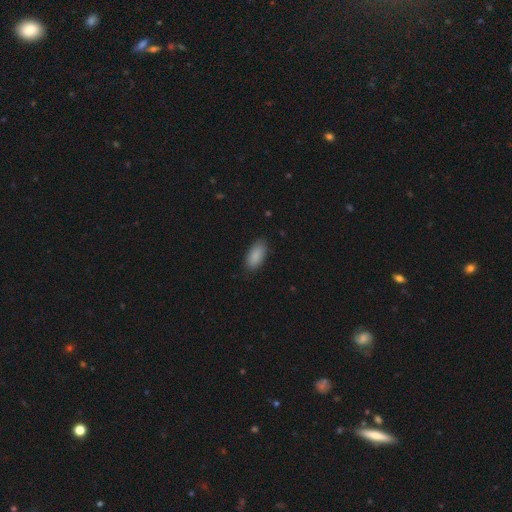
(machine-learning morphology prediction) smooth_or_featured: smooth (p=0.89) [alt: star or artifact p=0.06]
how_rounded: in between (p=0.91) [alt: cigar-shaped p=0.07]
merging: none (p=0.84) [alt: minor disturbance p=0.13]